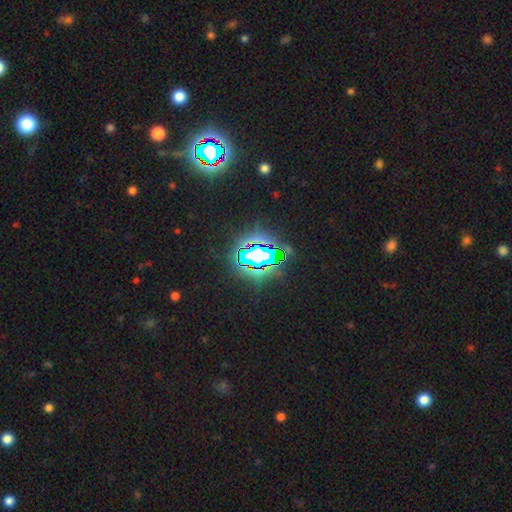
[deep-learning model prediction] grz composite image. It shows a star or artifact, not a galaxy (76%).